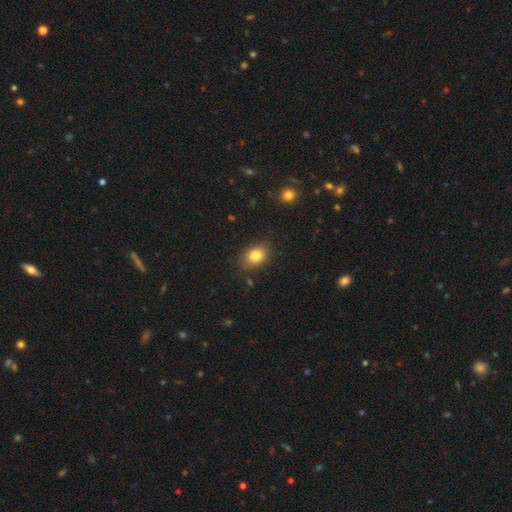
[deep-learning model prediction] Q: Smooth or featured?
A: smooth (82%); runner-up: star or artifact (10%)
Q: How rounded?
A: in between (65%); runner-up: round (34%)
Q: Merging?
A: none (84%); runner-up: minor disturbance (12%)